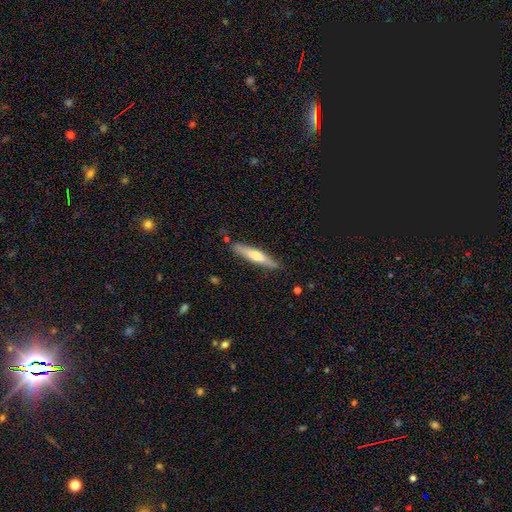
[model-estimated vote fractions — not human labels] Morphology: type=smooth (50%); merging=none (85%).